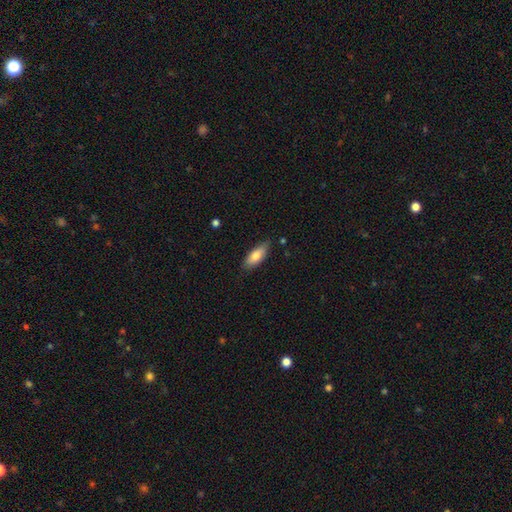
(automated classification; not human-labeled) Smooth or featured?
  - smooth: 76% *
  - featured or disk: 18%
  - star or artifact: 6%
How rounded?
  - in between: 74% *
  - cigar-shaped: 23%
  - round: 2%
Merging?
  - none: 78% *
  - minor disturbance: 18%
  - major disturbance: 3%
  - merger: 2%